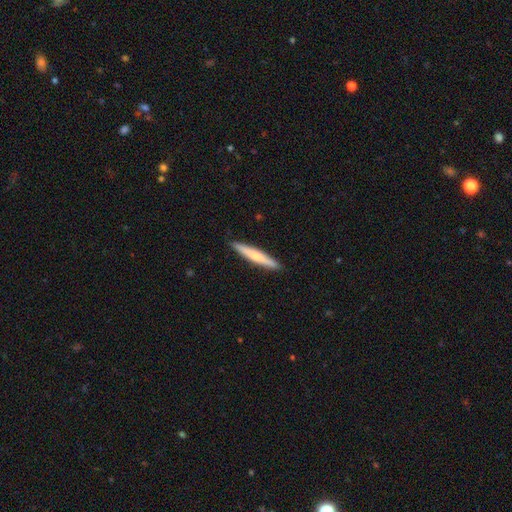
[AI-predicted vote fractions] The model was most divided on "smooth or featured": smooth: 57%, featured or disk: 38%, star or artifact: 5%. More confident: how rounded — cigar-shaped (94%); merging — none (91%).